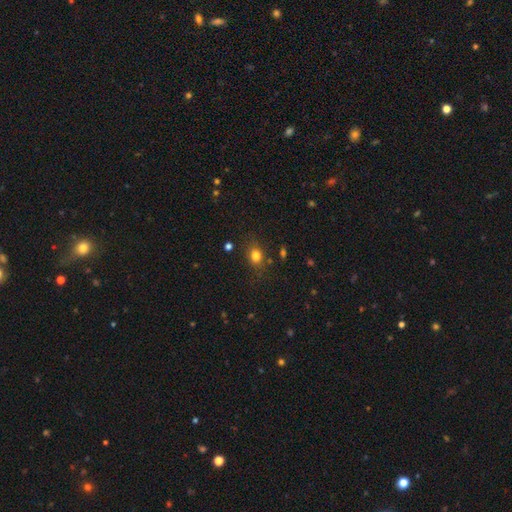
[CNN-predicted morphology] smooth-or-featured: smooth: 79% | star or artifact: 14% | featured or disk: 8%
  how-rounded: in between: 49% (tied) | round: 49% (tied) | cigar-shaped: 2%
  merging: none: 79% | minor disturbance: 14% | major disturbance: 5% | merger: 3%